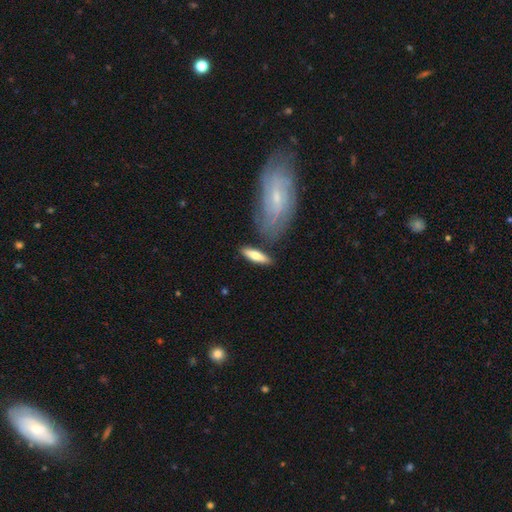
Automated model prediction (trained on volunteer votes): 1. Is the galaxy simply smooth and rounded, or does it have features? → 64% smooth, 31% featured or disk, 6% star or artifact.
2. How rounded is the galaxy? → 54% cigar-shaped, 44% in between, 2% round.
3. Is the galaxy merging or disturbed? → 77% none, 13% minor disturbance, 6% merger, 4% major disturbance.